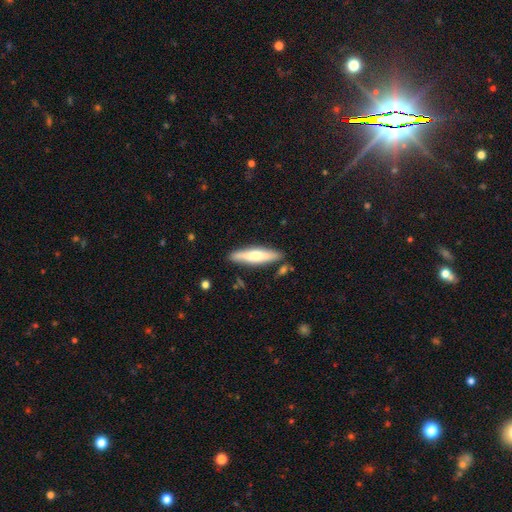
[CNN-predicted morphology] A smooth galaxy with no disk features (59%) that is cigar-shaped (77%).

Vote fractions:
- Smooth or featured? smooth: 59% / featured or disk: 36% / star or artifact: 5%
- How rounded? cigar-shaped: 77% / in between: 21% / round: 2%
- Merging? none: 84% / minor disturbance: 11% / merger: 3% / major disturbance: 2%